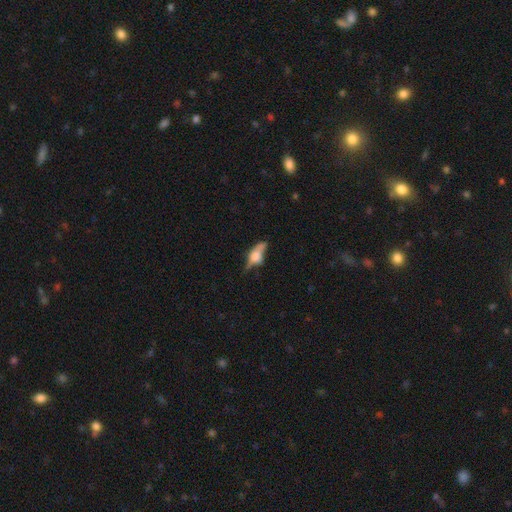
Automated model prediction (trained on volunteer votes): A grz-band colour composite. It shows a featured or disk galaxy (53%) viewed edge-on (80%). Merging: none (47%).